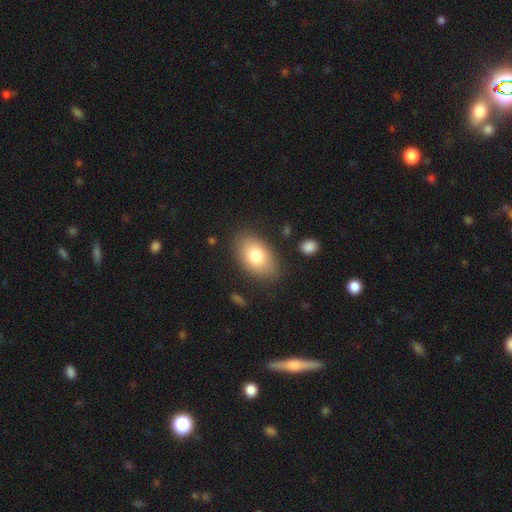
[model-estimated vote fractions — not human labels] This appears to be a smooth galaxy with no disk features (79%) that is in between round and cigar-shaped (90%). Merging: none (83%).